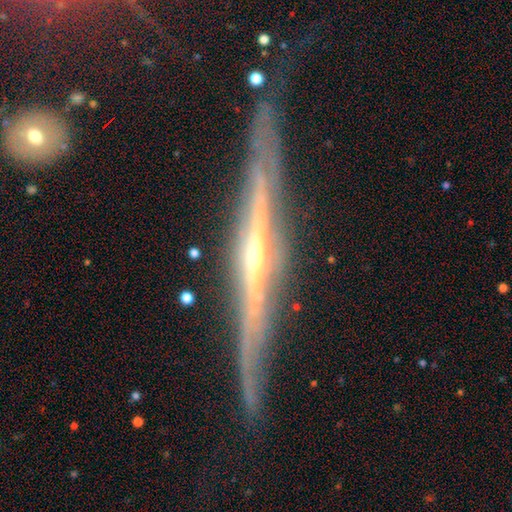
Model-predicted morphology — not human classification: Overall: featured or disk (85%). Edge-on disk: yes (95%). Edge-on bulge: rounded (45%; none 43%). Merging: none (78%).